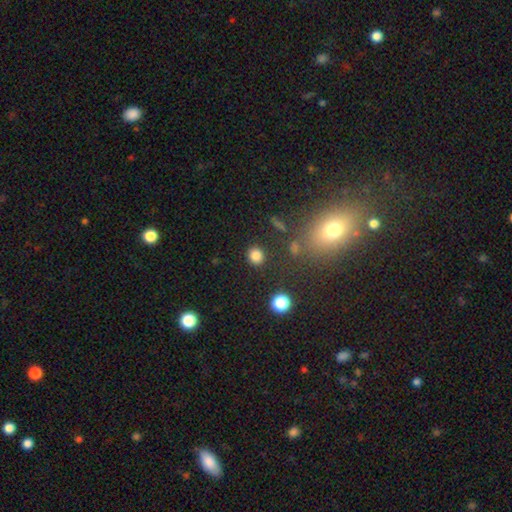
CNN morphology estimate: smooth-or-featured: smooth: 82% | star or artifact: 13% | featured or disk: 5%
  how-rounded: round: 81% | in between: 18% | cigar-shaped: 1%
  merging: none: 87% | minor disturbance: 8% | major disturbance: 3% | merger: 3%